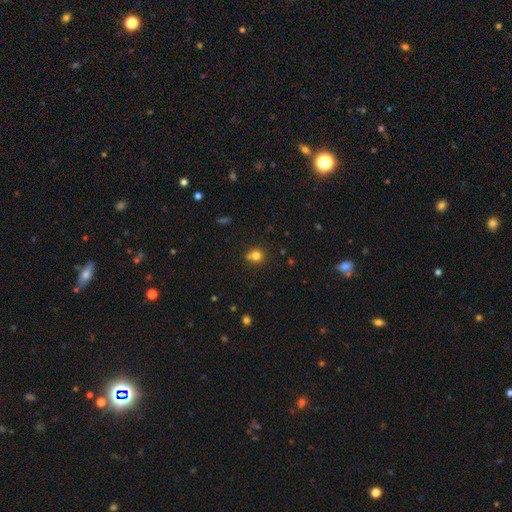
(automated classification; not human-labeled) Smooth or featured? smooth (76%)
How rounded? round (85%)
Merging? none (63%)